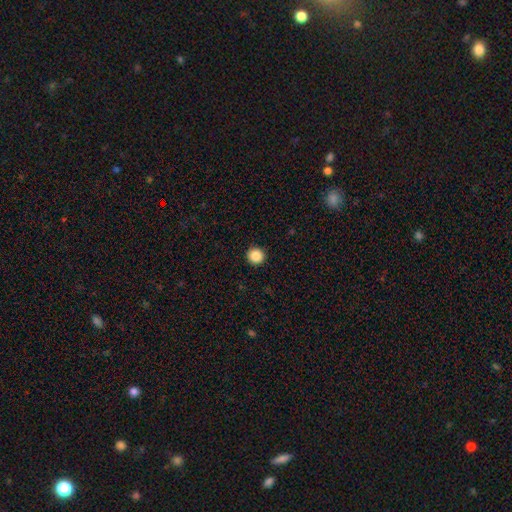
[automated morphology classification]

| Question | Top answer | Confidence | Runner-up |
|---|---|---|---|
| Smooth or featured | smooth | 87% | star or artifact (9%) |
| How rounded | round | 96% | in between (3%) |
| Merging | none | 94% | minor disturbance (4%) |